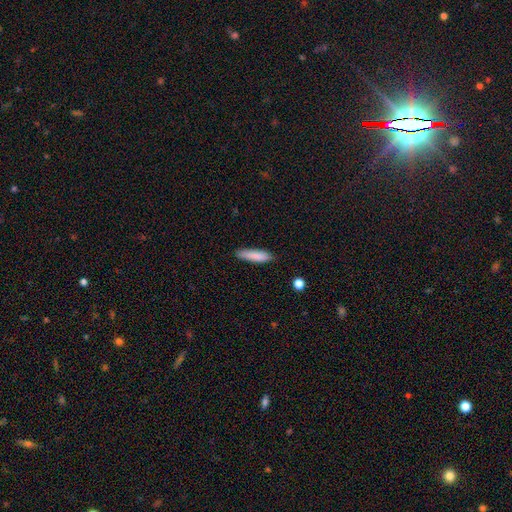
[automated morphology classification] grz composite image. It shows a smooth galaxy with no disk features (85%) that is cigar-shaped (73%). Merging: none (83%).